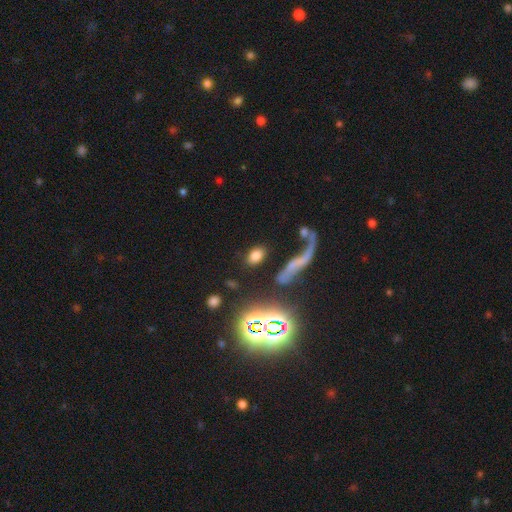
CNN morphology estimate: smooth-or-featured: smooth: 72% | featured or disk: 15% | star or artifact: 14%
  how-rounded: in between: 80% | round: 16% | cigar-shaped: 4%
  merging: none: 73% | minor disturbance: 10% | merger: 9% | major disturbance: 8%